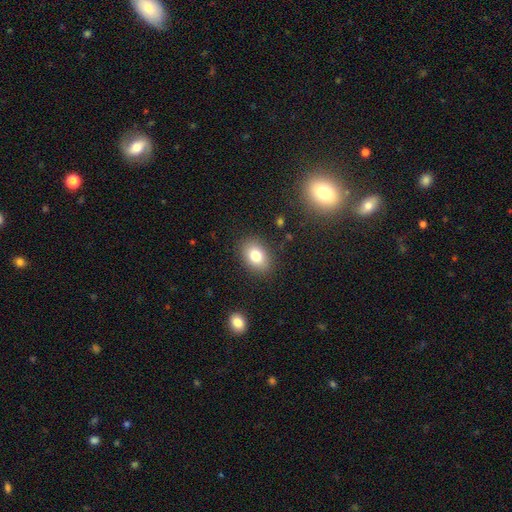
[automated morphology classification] This is likely a smooth galaxy (79%). How rounded: likely in between (77%). Merging: clearly none (86%).